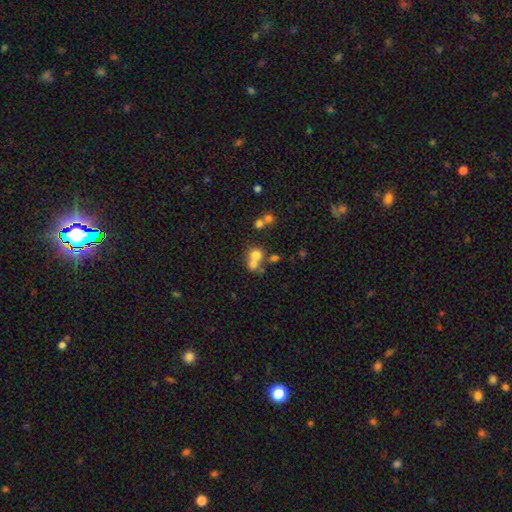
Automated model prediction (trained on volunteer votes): Q: Smooth or featured?
A: smooth (66%); runner-up: featured or disk (19%)
Q: How rounded?
A: round (80%); runner-up: in between (19%)
Q: Merging?
A: merger (51%); runner-up: none (39%)